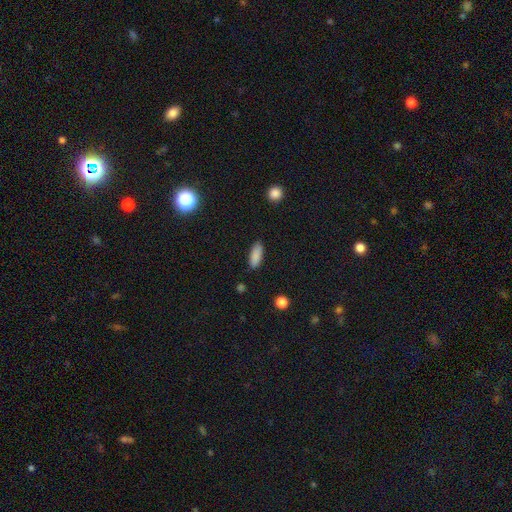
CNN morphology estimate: Smooth or featured?
  - smooth: 88% *
  - star or artifact: 7%
  - featured or disk: 5%
How rounded?
  - in between: 77% *
  - cigar-shaped: 21%
  - round: 2%
Merging?
  - none: 87% *
  - minor disturbance: 10%
  - major disturbance: 2%
  - merger: 1%